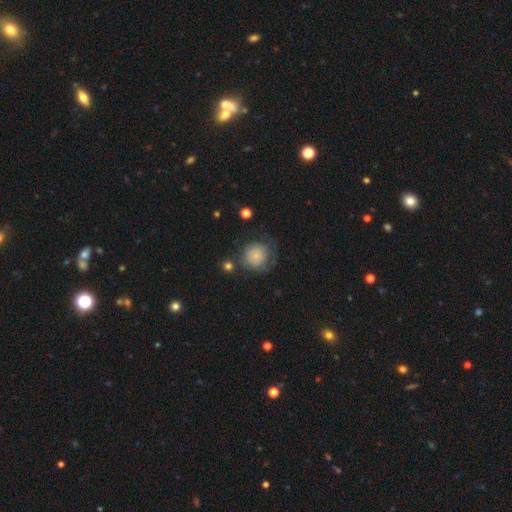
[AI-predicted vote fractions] smooth-or-featured: smooth: 74% | featured or disk: 17% | star or artifact: 9%
  how-rounded: round: 88% | in between: 11% | cigar-shaped: 1%
  merging: none: 53% | minor disturbance: 25% | major disturbance: 17% | merger: 5%